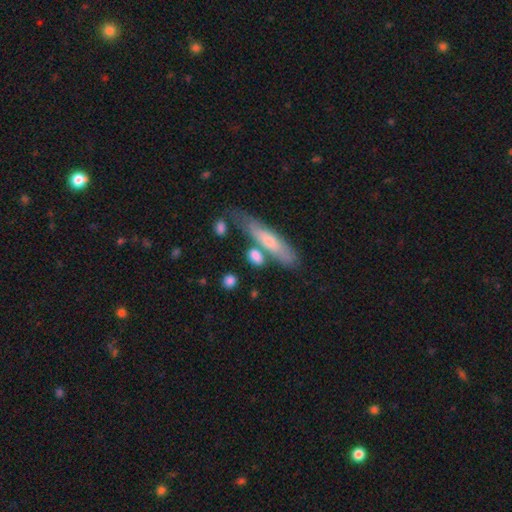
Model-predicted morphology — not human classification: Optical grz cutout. It shows a smooth galaxy with no disk features (73%) that is in between round and cigar-shaped (43%). Merging: none (60%).